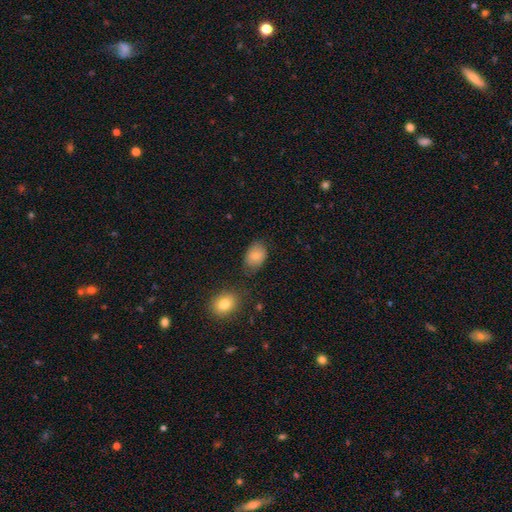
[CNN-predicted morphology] A smooth galaxy with no disk features (83%) that is in between round and cigar-shaped (80%).

Vote fractions:
- Smooth or featured? smooth: 83% / featured or disk: 9% / star or artifact: 8%
- How rounded? in between: 80% / round: 19% / cigar-shaped: 1%
- Merging? none: 72% / minor disturbance: 19% / merger: 5% / major disturbance: 5%